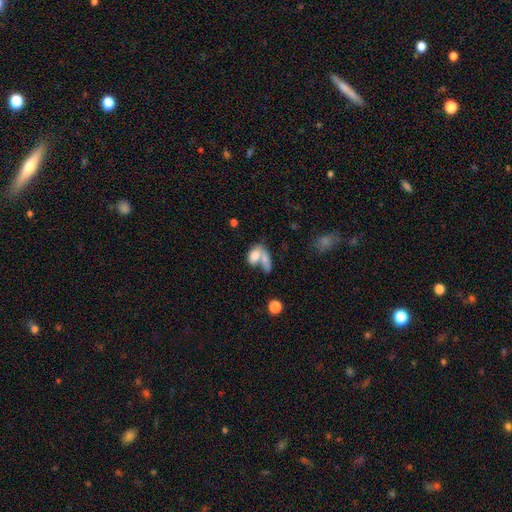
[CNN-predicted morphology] A smooth galaxy with no disk features (76%) that is in between round and cigar-shaped (82%). Merging: merger (59%).